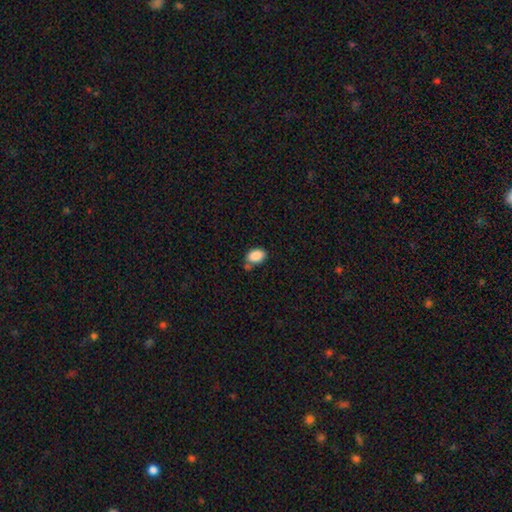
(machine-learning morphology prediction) Smooth or featured? Predicted: smooth (p=0.88). How rounded? Predicted: in between (p=0.86). Merging? Predicted: none (p=0.61).